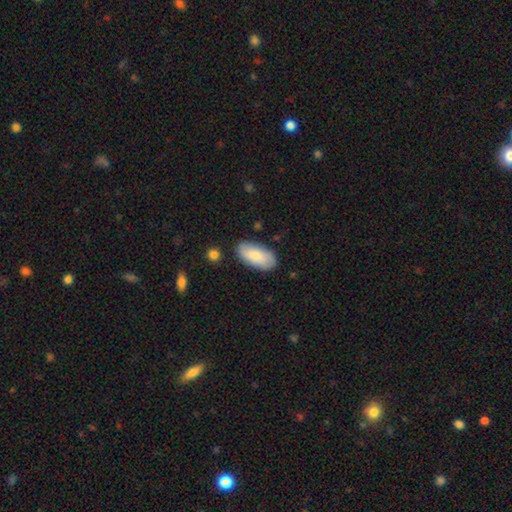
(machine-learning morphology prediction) smooth 80%, featured or disk 14%, star or artifact 6%. Down the decision tree: how rounded — in between (94%); merging — none (83%).